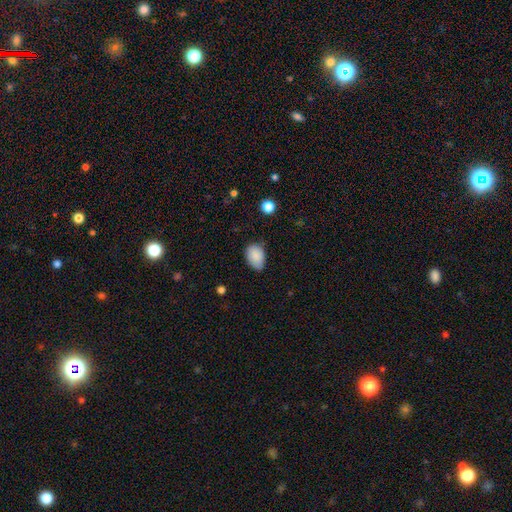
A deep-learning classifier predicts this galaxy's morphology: Smooth or featured: smooth — 87% (star or artifact — 7%)
How rounded: in between — 85% (round — 14%)
Merging: none — 62% (minor disturbance — 32%)